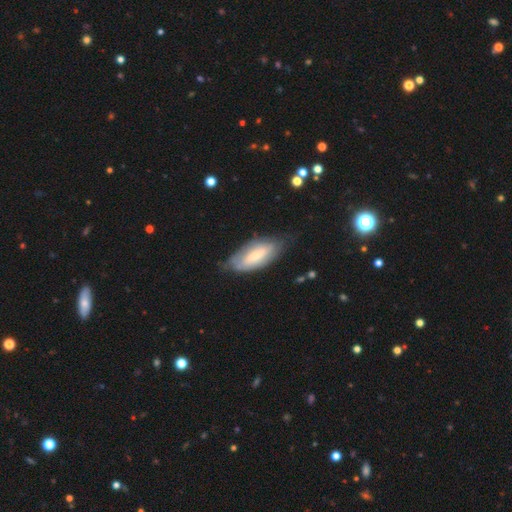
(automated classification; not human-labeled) The model was most divided on "smooth or featured": smooth: 56%, featured or disk: 38%, star or artifact: 6%. More confident: how rounded — in between (85%); merging — none (62%).